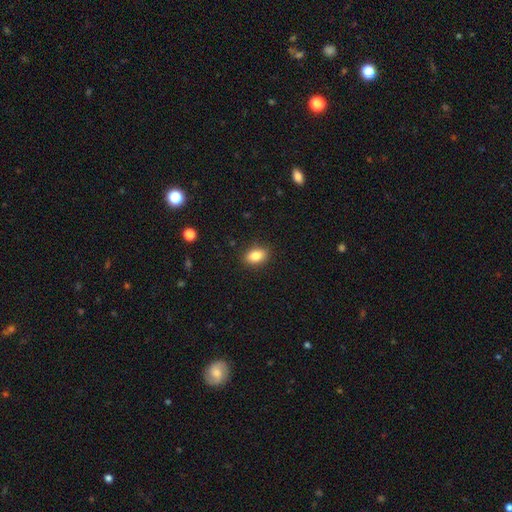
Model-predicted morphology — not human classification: A smooth galaxy with no disk features (84%) that is in between round and cigar-shaped (83%). Merging: none (88%).